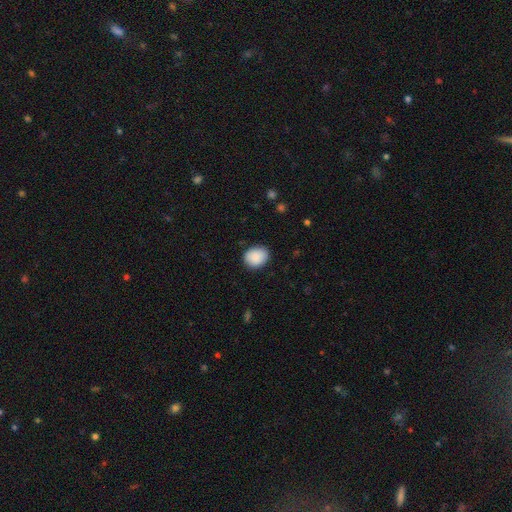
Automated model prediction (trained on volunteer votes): Morphology: type=smooth (89%); roundness=in between (50%, tied with round); merging=none (86%).